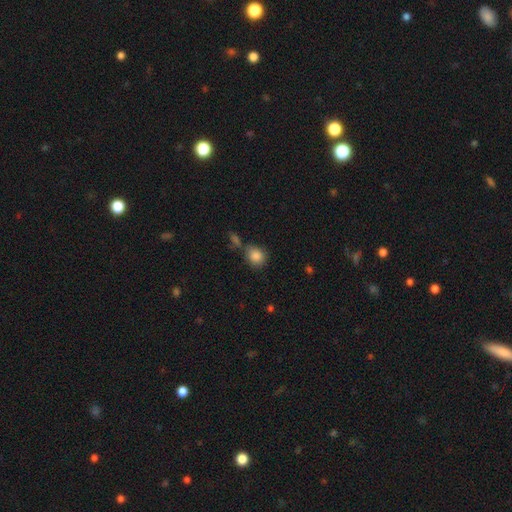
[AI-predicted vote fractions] Morphology: type=smooth (86%); roundness=round (70%); merging=none (63%).